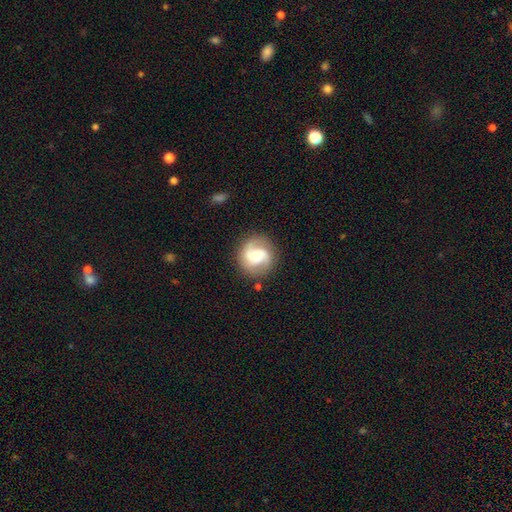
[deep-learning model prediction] smooth_or_featured: featured or disk (p=0.75) [alt: smooth p=0.19]
disk_edge_on: no (p=0.98) [alt: yes p=0.02]
bar: no (p=0.56) [alt: weak p=0.35]
has_spiral_arms: yes (p=0.95) [alt: no p=0.05]
spiral_winding: medium (p=0.49) [alt: tight p=0.31]
spiral_arm_count: 2 (p=0.75) [alt: 3 p=0.11]
bulge_size: moderate (p=0.54) [alt: small p=0.35]
merging: none (p=0.82) [alt: minor disturbance p=0.12]